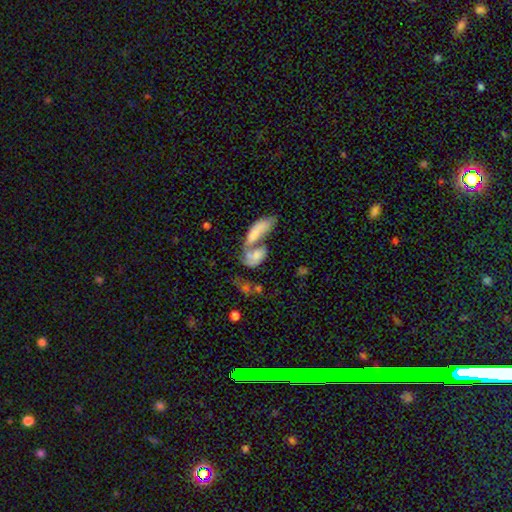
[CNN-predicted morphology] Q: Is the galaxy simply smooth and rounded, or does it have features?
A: smooth — 59%.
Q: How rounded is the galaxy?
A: in between — 80%.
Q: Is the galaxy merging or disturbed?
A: merger — 72%.